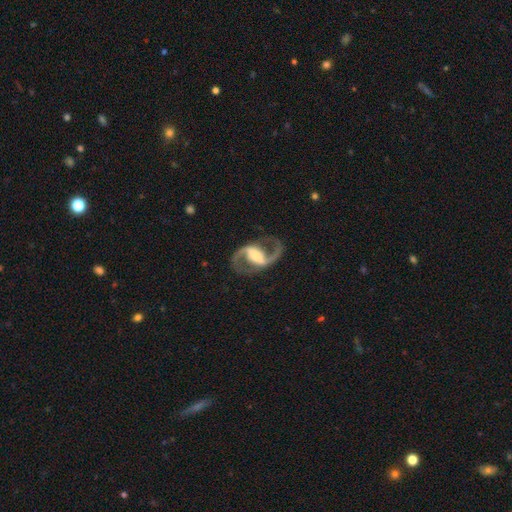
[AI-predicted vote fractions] Smooth or featured? Predicted: featured or disk (p=0.92). Edge-on disk? Predicted: no (p=0.98). Bar? Predicted: strong (p=0.55). Spiral arms? Predicted: yes (p=0.97). Spiral winding? Predicted: medium (p=0.54). Spiral arm count? Predicted: 2 (p=0.94). Bulge size? Predicted: moderate (p=0.37). Merging? Predicted: none (p=0.80).